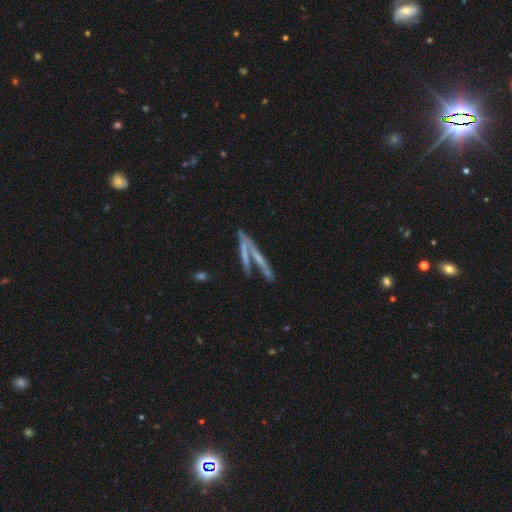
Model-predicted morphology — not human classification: Smooth or featured? featured or disk (54%)
Edge-on disk? yes (67%)
Merging? none (46%)